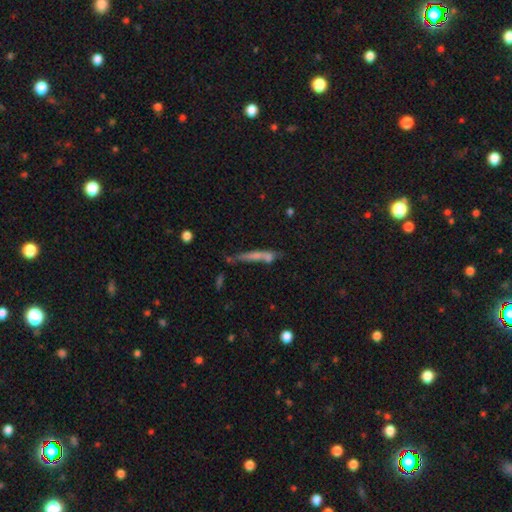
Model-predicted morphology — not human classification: A smooth galaxy with no disk features (54%) that is cigar-shaped (90%). Merging: none (55%).